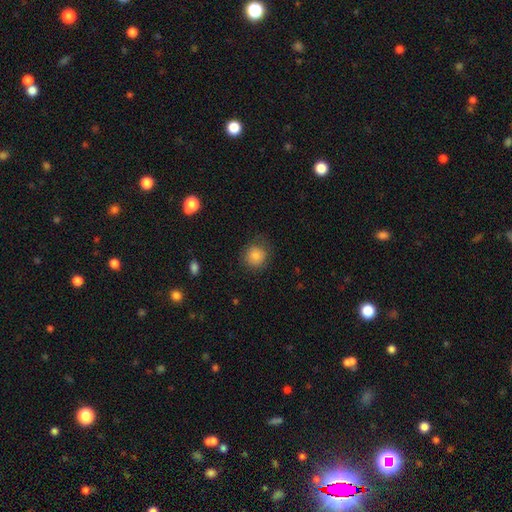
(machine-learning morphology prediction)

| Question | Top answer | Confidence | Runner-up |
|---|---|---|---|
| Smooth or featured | smooth | 85% | star or artifact (9%) |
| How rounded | round | 88% | in between (11%) |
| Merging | none | 77% | minor disturbance (16%) |